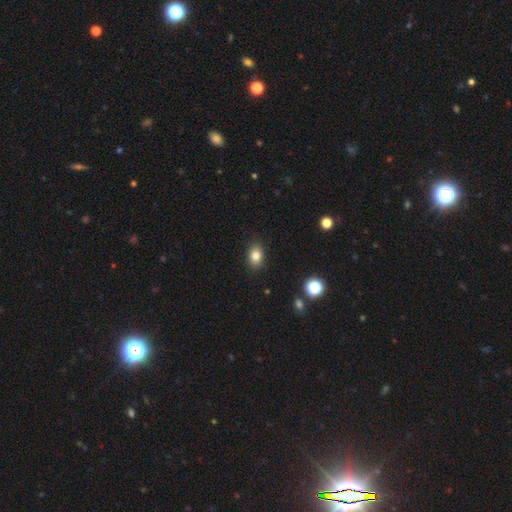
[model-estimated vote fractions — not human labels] Morphology: type=smooth (81%); roundness=in between (73%); merging=none (88%).